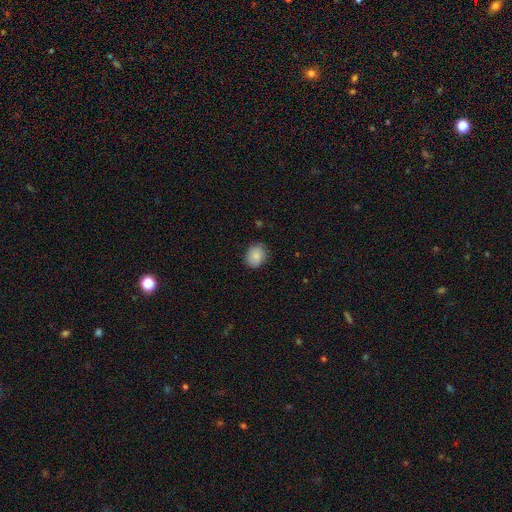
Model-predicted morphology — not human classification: type=smooth (82%); roundness=round (51%); merging=none (81%).